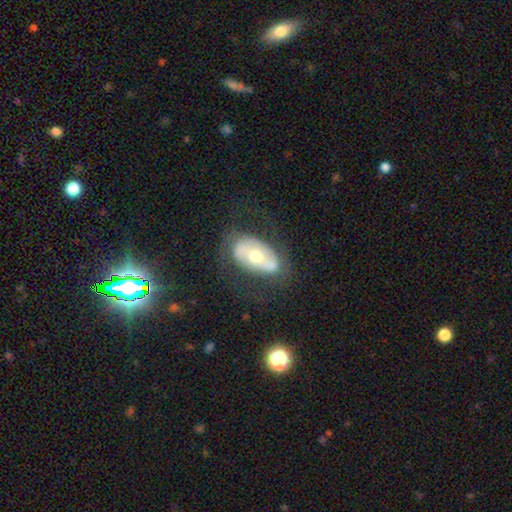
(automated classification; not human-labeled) Smooth or featured? featured or disk (63%)
Edge-on disk? no (92%)
Bar? no (57%)
Spiral arms? no (51%)
Bulge size? moderate (70%)
Merging? none (66%)